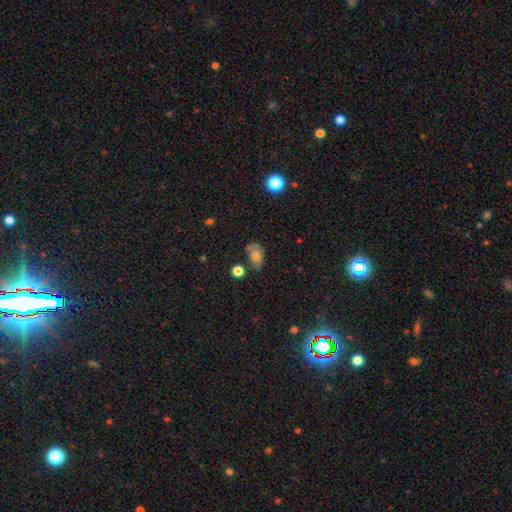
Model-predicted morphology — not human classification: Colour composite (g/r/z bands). It shows a smooth galaxy with no disk features (69%) that is in between round and cigar-shaped (82%). Merging: none (46%).